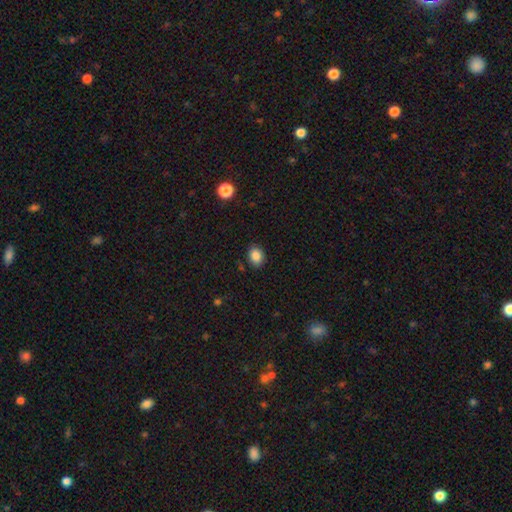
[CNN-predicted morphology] Smooth or featured: smooth — 87% (star or artifact — 9%)
How rounded: in between — 59% (round — 40%)
Merging: none — 85% (minor disturbance — 11%)